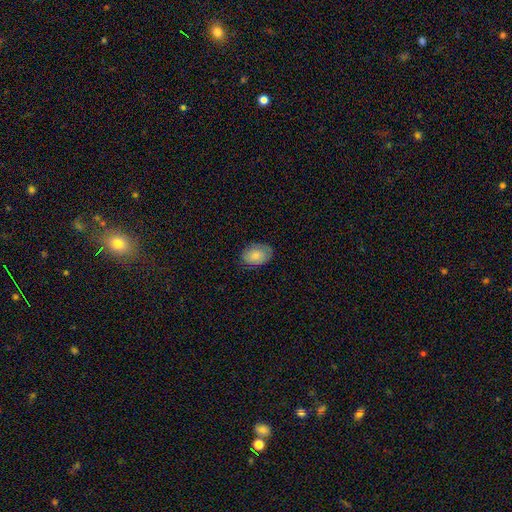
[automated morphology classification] This appears to be a smooth galaxy with no disk features (74%) that is in between round and cigar-shaped (83%). Merging: none (78%).